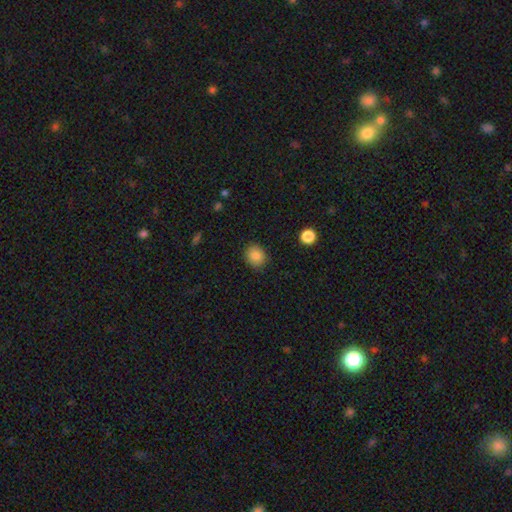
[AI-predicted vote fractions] Smooth or featured: smooth — 85% (star or artifact — 10%)
How rounded: round — 70% (in between — 29%)
Merging: none — 88% (minor disturbance — 8%)